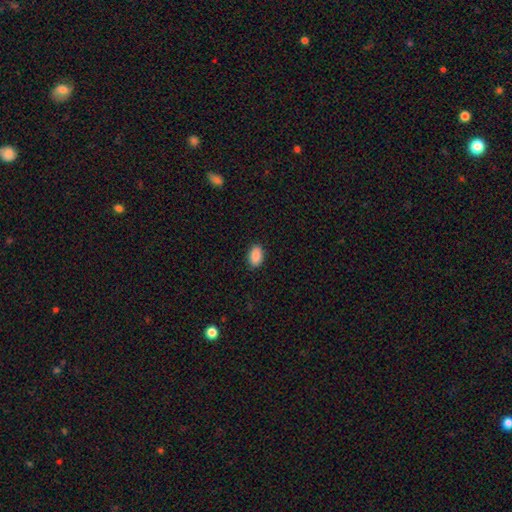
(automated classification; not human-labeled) This is clearly a smooth galaxy (89%). How rounded: clearly in between (90%). Merging: clearly none (89%).